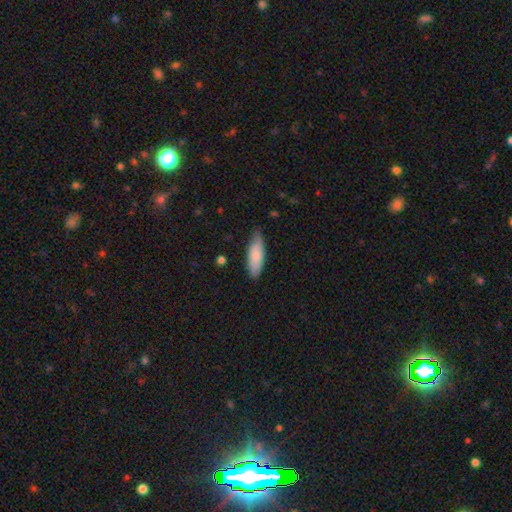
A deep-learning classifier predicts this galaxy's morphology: Overall: smooth (81%). How rounded: in between (62%; cigar-shaped 36%). Merging: none (72%).